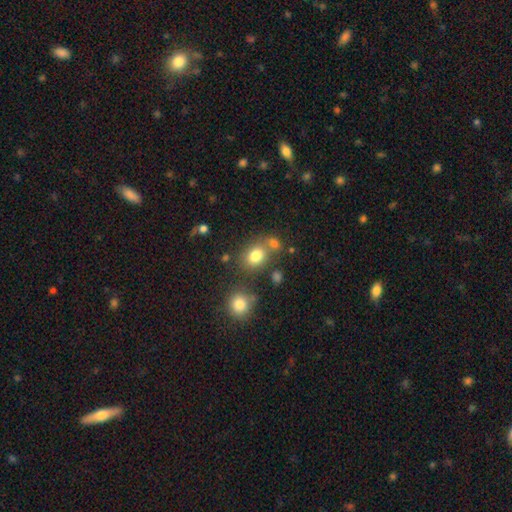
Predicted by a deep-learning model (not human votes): Smooth or featured: smooth — 79% (star or artifact — 12%)
How rounded: in between — 53% (round — 46%)
Merging: none — 62% (merger — 19%)